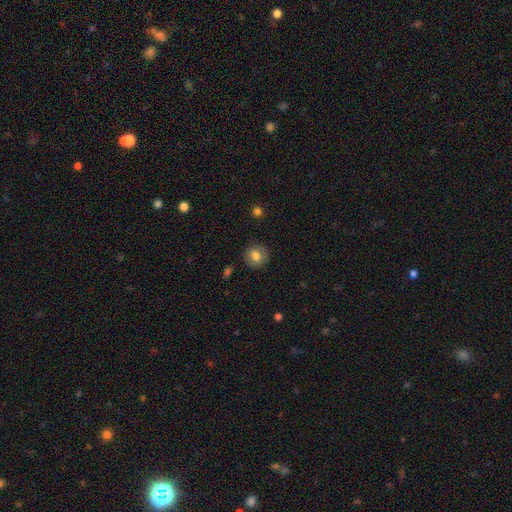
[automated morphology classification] This is likely a smooth galaxy (74%). How rounded: clearly round (86%). Merging: clearly none (86%).